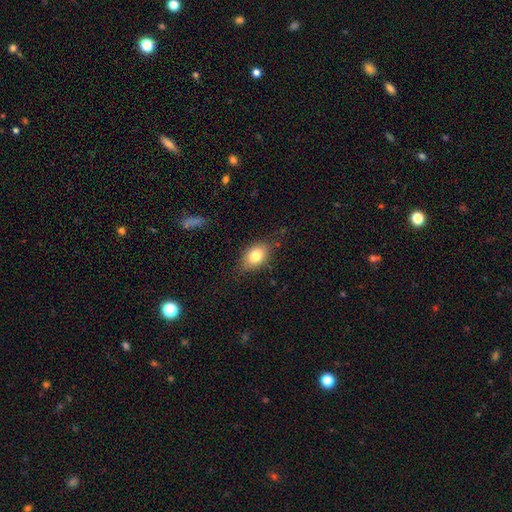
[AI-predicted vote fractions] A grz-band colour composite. It shows a smooth galaxy with no disk features (78%) that is in between round and cigar-shaped (79%). Merging: none (78%).